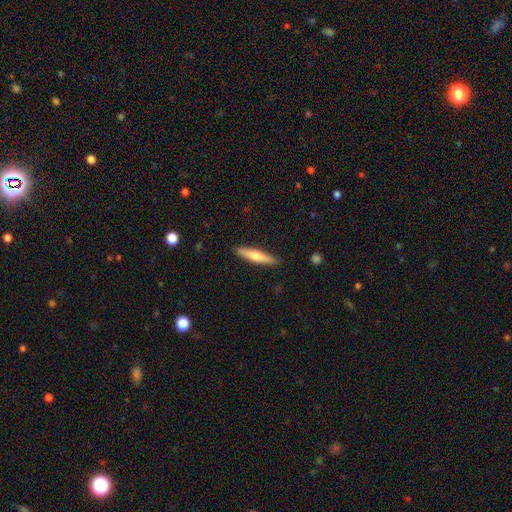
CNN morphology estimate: smooth 61%, featured or disk 34%, star or artifact 5%. Down the decision tree: how rounded — cigar-shaped (86%); merging — none (90%).